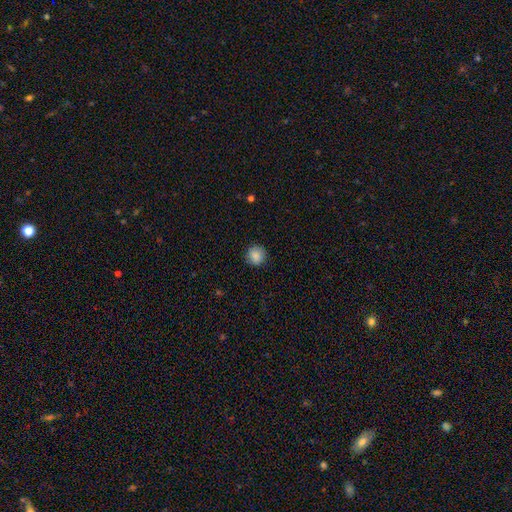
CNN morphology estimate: Smooth or featured?
  - smooth: 86% *
  - star or artifact: 9%
  - featured or disk: 5%
How rounded?
  - round: 90% *
  - in between: 9%
  - cigar-shaped: 1%
Merging?
  - none: 88% *
  - minor disturbance: 9%
  - major disturbance: 2%
  - merger: 1%